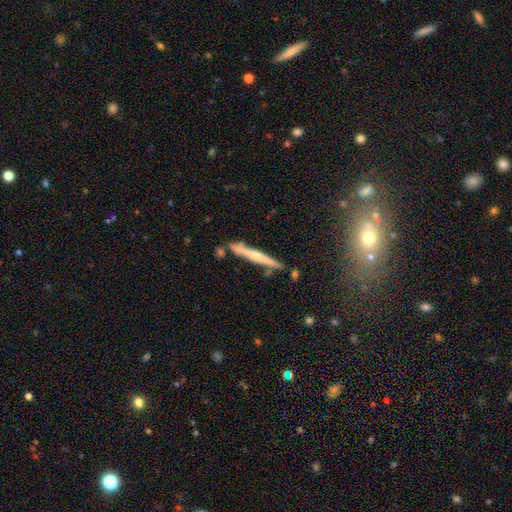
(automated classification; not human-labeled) Smooth or featured: featured or disk — 61% (smooth — 32%)
Edge-on disk: yes — 96% (no — 4%)
Edge-on bulge: rounded — 61% (none — 32%)
Merging: none — 81% (minor disturbance — 12%)